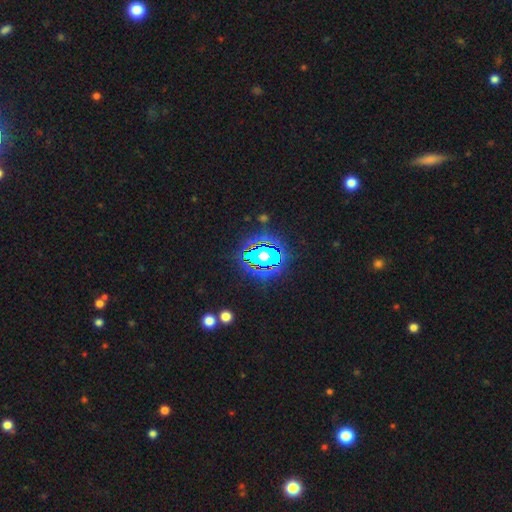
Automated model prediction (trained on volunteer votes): smooth-or-featured: star or artifact: 81% | smooth: 11% | featured or disk: 7%